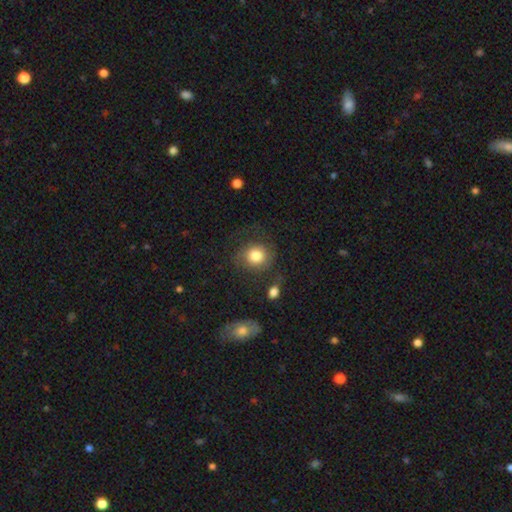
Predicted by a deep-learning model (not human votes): Smooth or featured?
  - smooth: 73% *
  - featured or disk: 19%
  - star or artifact: 9%
How rounded?
  - round: 82% *
  - in between: 17%
  - cigar-shaped: 1%
Merging?
  - none: 67% *
  - minor disturbance: 17%
  - major disturbance: 13%
  - merger: 3%